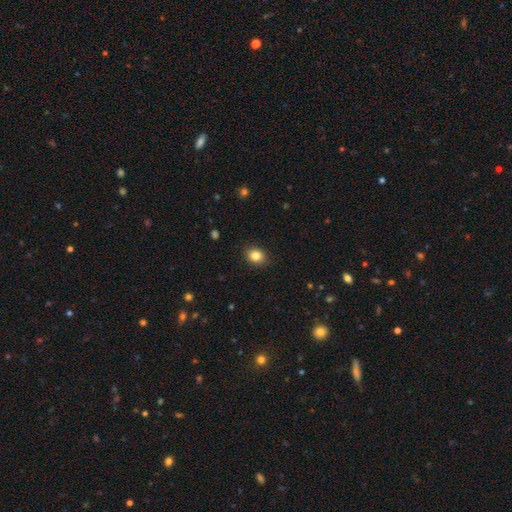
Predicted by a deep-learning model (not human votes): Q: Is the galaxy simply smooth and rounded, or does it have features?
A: smooth — 84%.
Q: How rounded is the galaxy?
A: round — 51%.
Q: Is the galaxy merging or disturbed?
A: none — 89%.